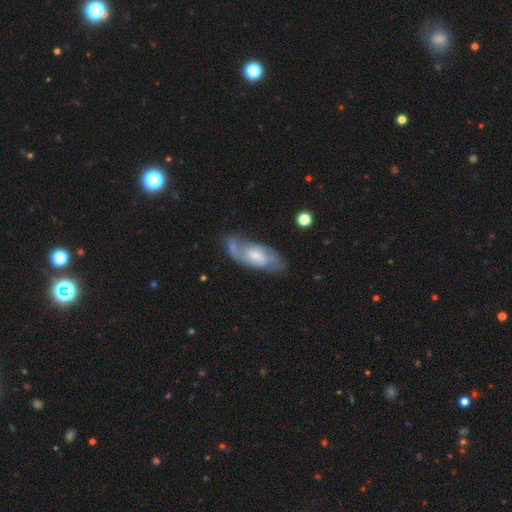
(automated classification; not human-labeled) Smooth or featured?
  - featured or disk: 76% *
  - smooth: 18%
  - star or artifact: 5%
Edge-on disk?
  - no: 93% *
  - yes: 7%
Bar?
  - weak: 53% *
  - no: 35%
  - strong: 11%
Spiral arms?
  - yes: 92% *
  - no: 8%
Spiral winding?
  - medium: 50% *
  - tight: 28%
  - loose: 21%
Spiral arm count?
  - 2: 75% *
  - can't tell: 14%
  - 3: 4%
  - 1: 4%
  - 4: 1%
  - more than 4: 1%
Bulge size?
  - small: 47% *
  - moderate: 41%
  - none: 7%
  - large: 5%
  - dominant: 1%
Merging?
  - none: 66% *
  - minor disturbance: 21%
  - major disturbance: 9%
  - merger: 5%